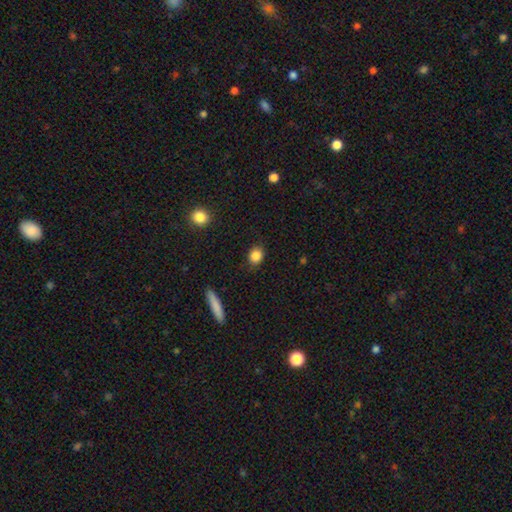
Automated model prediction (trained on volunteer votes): Q: Smooth or featured?
A: smooth (85%); runner-up: star or artifact (10%)
Q: How rounded?
A: round (62%); runner-up: in between (36%)
Q: Merging?
A: none (85%); runner-up: minor disturbance (11%)